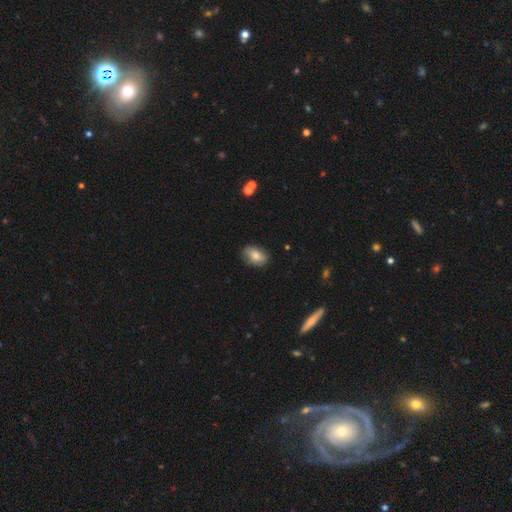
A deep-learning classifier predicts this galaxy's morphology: type=smooth (78%); roundness=in between (87%); merging=none (82%).